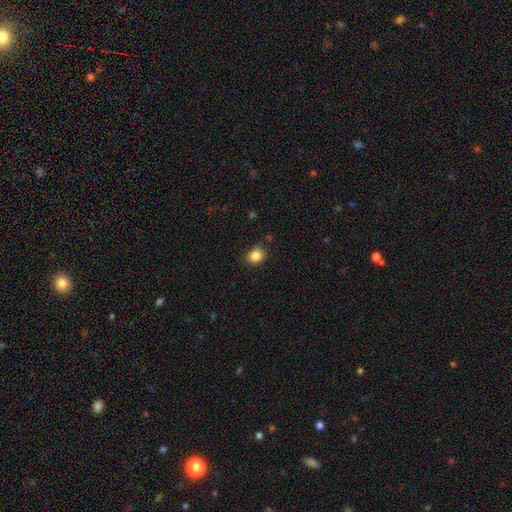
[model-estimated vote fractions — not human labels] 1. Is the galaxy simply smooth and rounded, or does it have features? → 85% smooth, 10% star or artifact, 4% featured or disk.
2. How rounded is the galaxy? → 67% round, 32% in between, 1% cigar-shaped.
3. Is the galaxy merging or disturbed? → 80% none, 15% minor disturbance, 3% major disturbance, 2% merger.